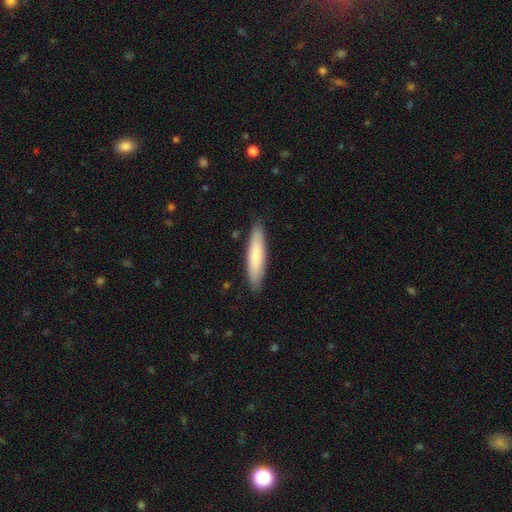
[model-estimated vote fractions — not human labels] smooth-or-featured: smooth: 78% | featured or disk: 17% | star or artifact: 5%
  how-rounded: cigar-shaped: 79% | in between: 19% | round: 1%
  merging: none: 88% | minor disturbance: 9% | major disturbance: 2% | merger: 1%